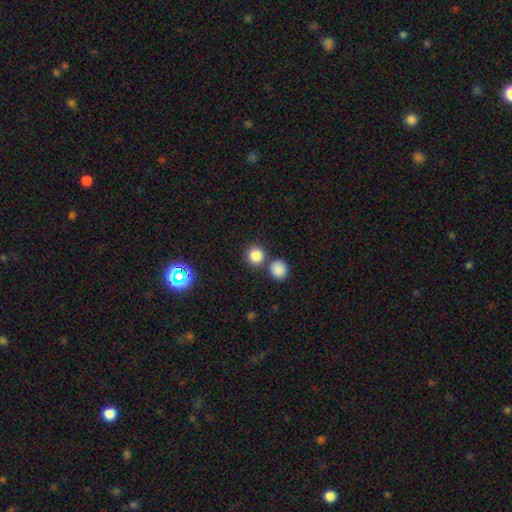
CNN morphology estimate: A smooth galaxy with no disk features (84%) that is round (91%). Merging: none (70%).